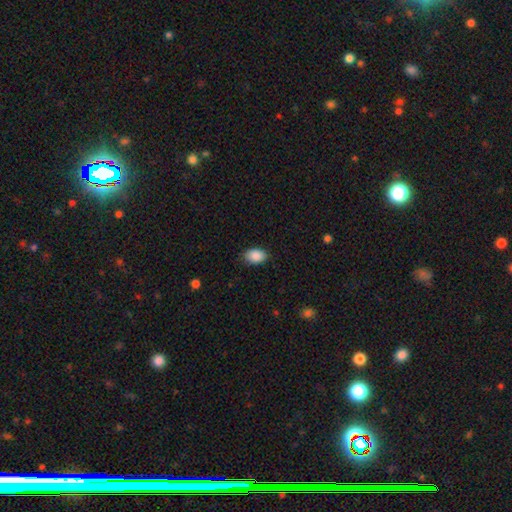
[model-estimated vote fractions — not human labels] Smooth or featured?
  - smooth: 89% *
  - star or artifact: 7%
  - featured or disk: 4%
How rounded?
  - in between: 87% *
  - round: 12%
  - cigar-shaped: 1%
Merging?
  - none: 84% *
  - minor disturbance: 13%
  - major disturbance: 2%
  - merger: 1%